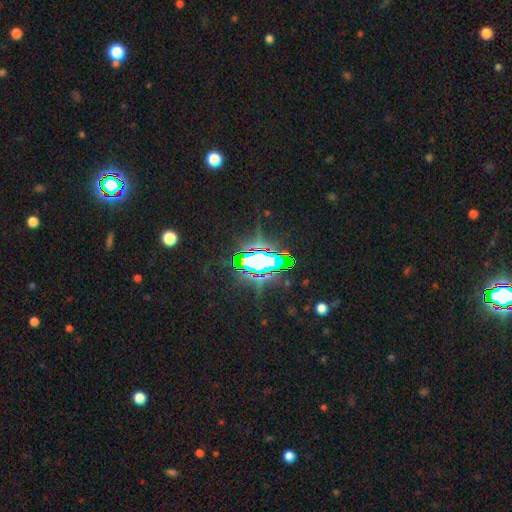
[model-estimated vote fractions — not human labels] This appears to be a star or artifact, not a galaxy (69%).